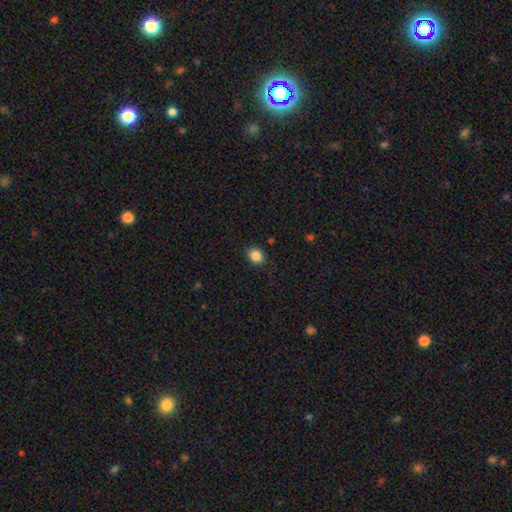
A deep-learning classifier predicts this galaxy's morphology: type=smooth (86%); roundness=round (69%); merging=none (86%).